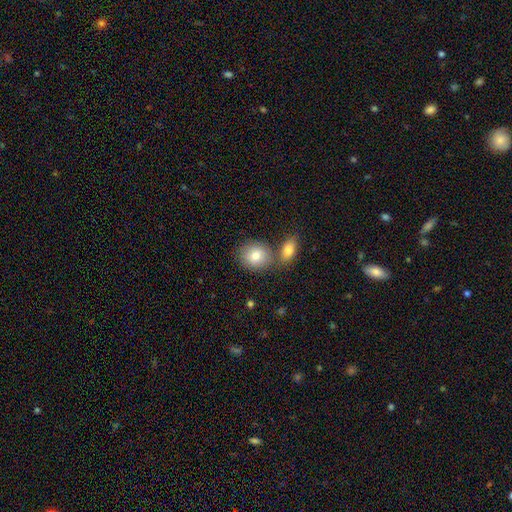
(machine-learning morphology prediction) This is clearly a smooth galaxy (80%). How rounded: likely round (62%). Merging: possibly none (59%).